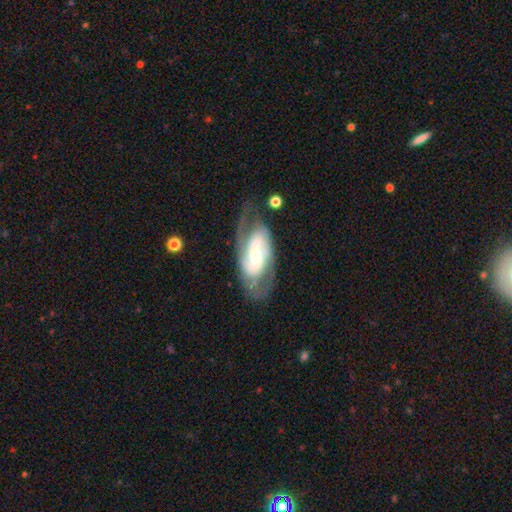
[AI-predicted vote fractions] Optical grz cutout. It shows a featured or disk galaxy (83%) with a weak bar (46%), 2 (78%) medium (48%) spiral arms (93%) and a moderate central bulge (47%). Merging: none (62%).